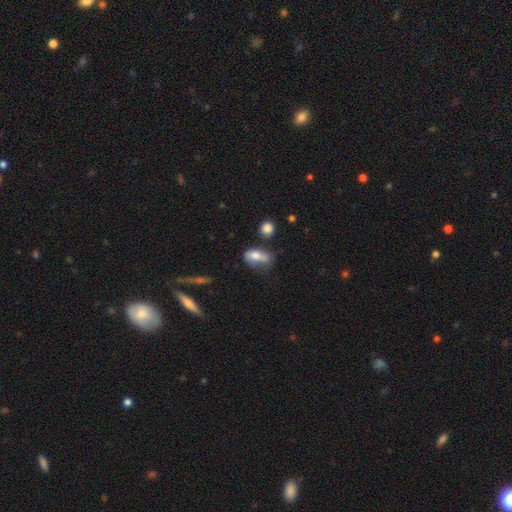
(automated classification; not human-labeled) This is likely a smooth galaxy (70%). How rounded: clearly in between (80%). Merging: marginally none (35%).